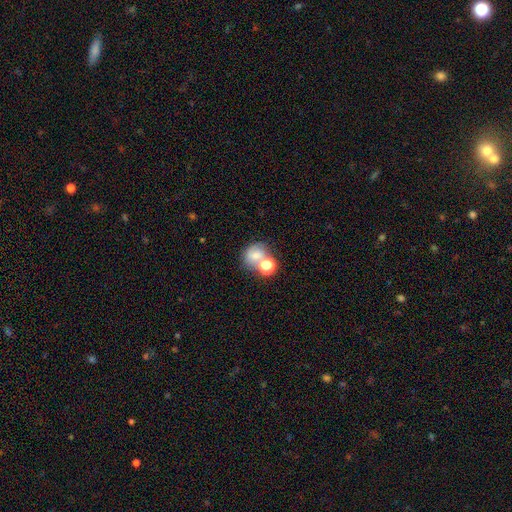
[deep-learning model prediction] Smooth or featured? Predicted: smooth (p=0.65). How rounded? Predicted: round (p=0.64). Merging? Predicted: merger (p=0.41).